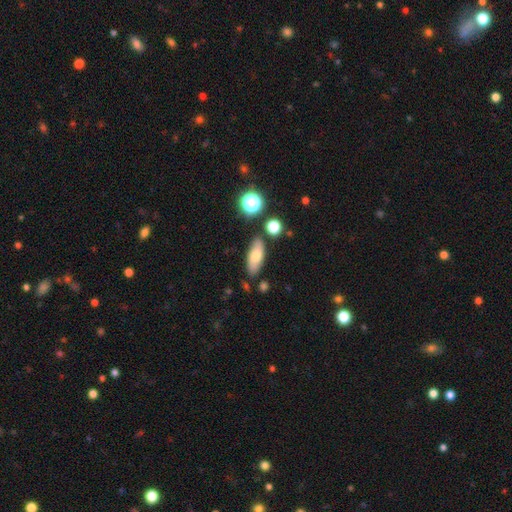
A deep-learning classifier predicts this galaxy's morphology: A smooth galaxy with no disk features (69%) that is in between round and cigar-shaped (73%).

Vote fractions:
- Smooth or featured? smooth: 69% / featured or disk: 22% / star or artifact: 9%
- How rounded? in between: 73% / cigar-shaped: 23% / round: 5%
- Merging? none: 78% / minor disturbance: 13% / merger: 5% / major disturbance: 3%